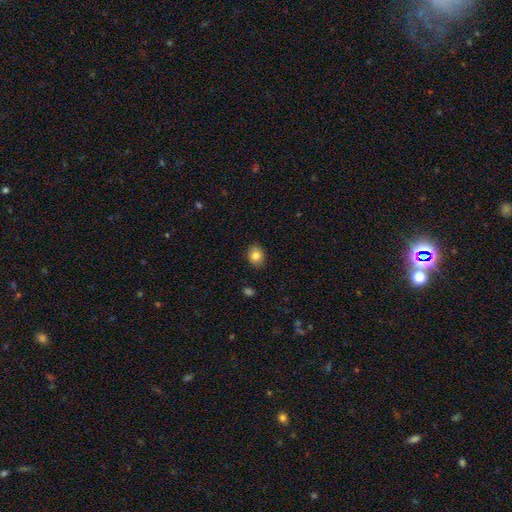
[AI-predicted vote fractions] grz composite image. It shows a smooth galaxy with no disk features (83%) that is round (55%). Merging: none (88%).